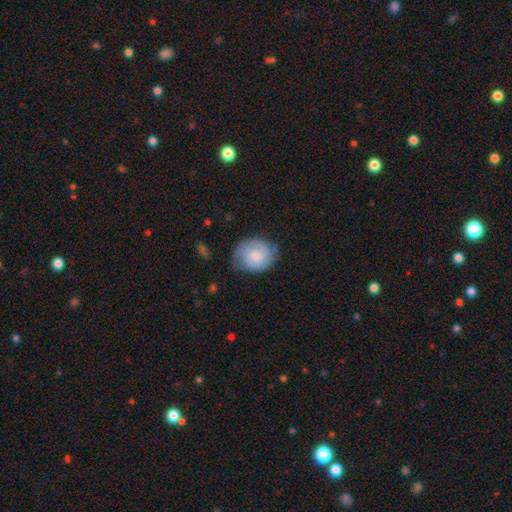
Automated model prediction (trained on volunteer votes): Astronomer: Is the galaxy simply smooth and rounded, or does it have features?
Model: featured or disk — 48% (runner-up: smooth, 45%).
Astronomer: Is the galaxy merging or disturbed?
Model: none — 64%.